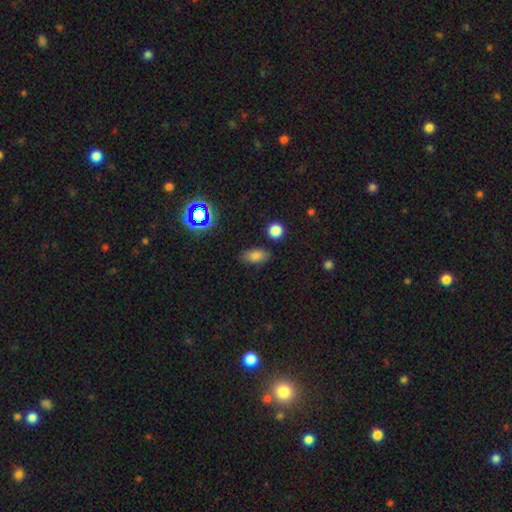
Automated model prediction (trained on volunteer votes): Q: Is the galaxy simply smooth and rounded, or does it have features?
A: smooth — 75%.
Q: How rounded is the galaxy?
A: in between — 87%.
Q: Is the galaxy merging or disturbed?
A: none — 83%.